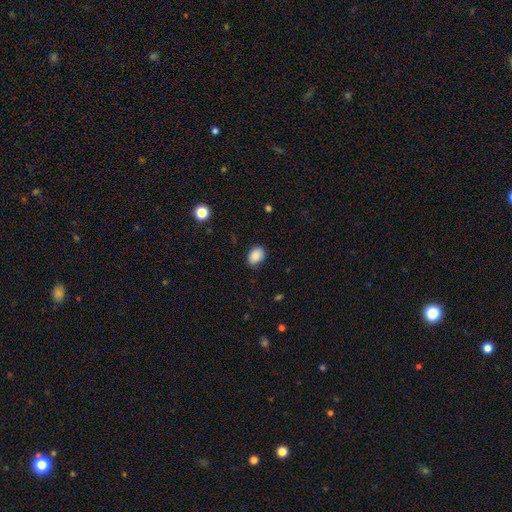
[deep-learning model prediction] Smooth or featured? Predicted: smooth (p=0.89). How rounded? Predicted: in between (p=0.75). Merging? Predicted: none (p=0.83).